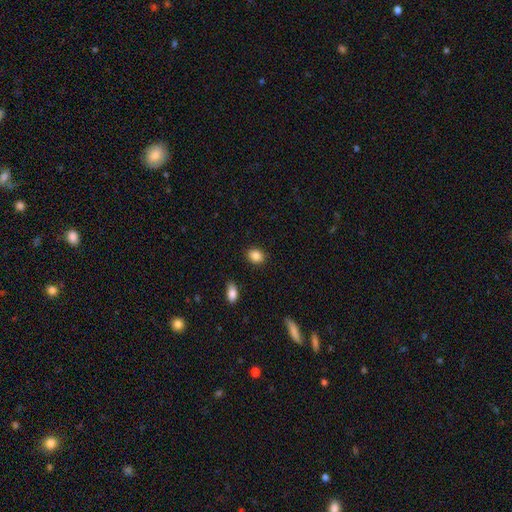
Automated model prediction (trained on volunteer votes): A smooth galaxy with no disk features (87%) that is in between round and cigar-shaped (55%). Merging: none (88%).